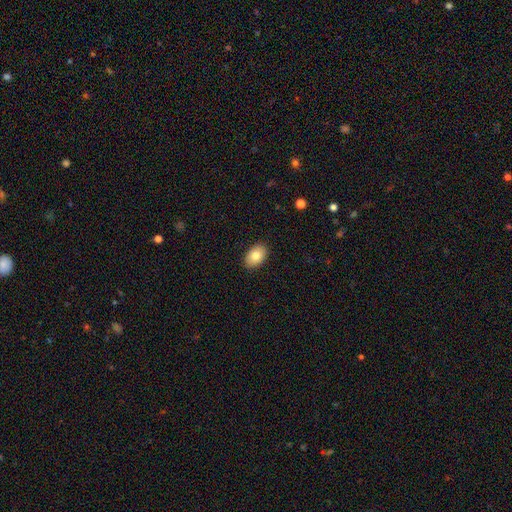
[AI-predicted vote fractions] Q: Smooth or featured?
A: smooth (82%); runner-up: featured or disk (11%)
Q: How rounded?
A: in between (89%); runner-up: round (10%)
Q: Merging?
A: none (90%); runner-up: minor disturbance (8%)